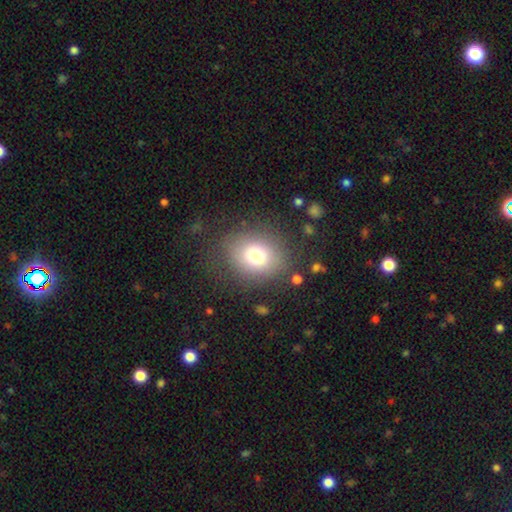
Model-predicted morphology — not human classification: Smooth or featured?
  - smooth: 73% *
  - star or artifact: 14%
  - featured or disk: 13%
How rounded?
  - round: 67% *
  - in between: 32%
  - cigar-shaped: 1%
Merging?
  - none: 78% *
  - minor disturbance: 12%
  - major disturbance: 8%
  - merger: 2%